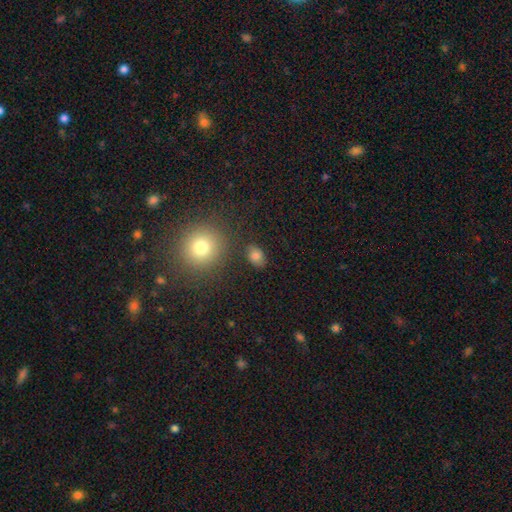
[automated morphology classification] Smooth or featured? Predicted: smooth (p=0.80). How rounded? Predicted: in between (p=0.75). Merging? Predicted: none (p=0.82).